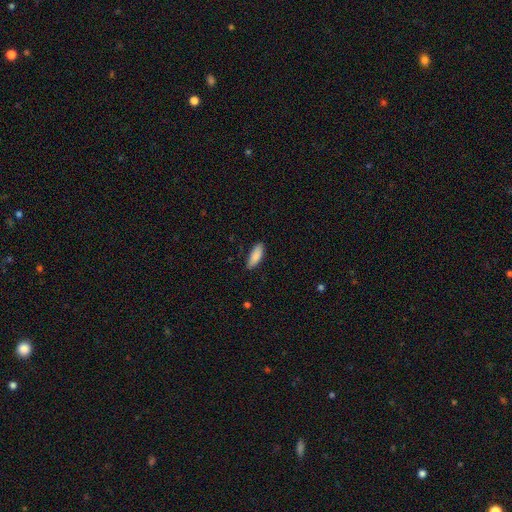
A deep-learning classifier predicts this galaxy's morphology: smooth_or_featured: smooth (p=0.88) [alt: featured or disk p=0.06]
how_rounded: in between (p=0.64) [alt: cigar-shaped p=0.34]
merging: none (p=0.84) [alt: minor disturbance p=0.12]